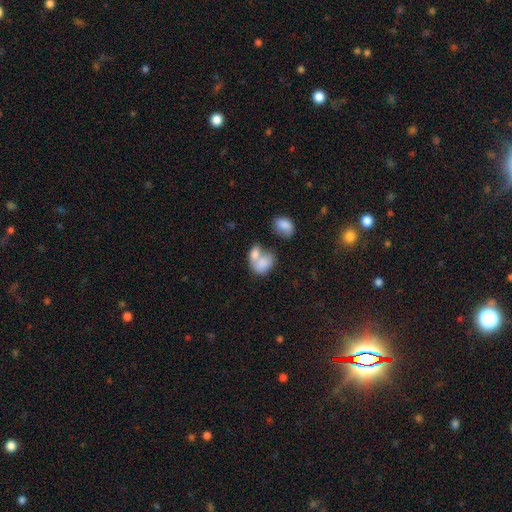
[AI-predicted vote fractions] Smooth or featured: smooth — 77% (featured or disk — 15%)
How rounded: in between — 77% (round — 21%)
Merging: merger — 64% (none — 20%)